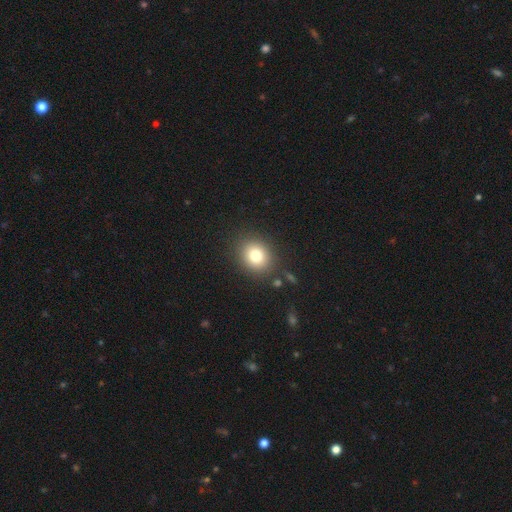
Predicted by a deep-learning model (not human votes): The model was most divided on "how rounded": round: 70%, in between: 29%, cigar-shaped: 1%. More confident: merging — none (86%); smooth or featured — smooth (79%).